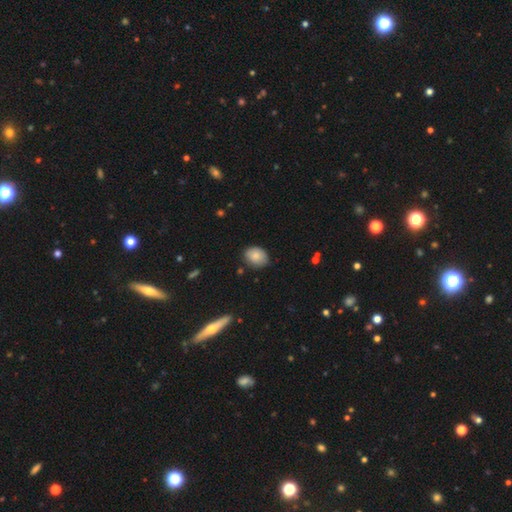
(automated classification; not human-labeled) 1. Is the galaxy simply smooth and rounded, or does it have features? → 84% smooth, 8% featured or disk, 7% star or artifact.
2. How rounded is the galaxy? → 65% in between, 34% round, 1% cigar-shaped.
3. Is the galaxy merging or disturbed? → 80% none, 16% minor disturbance, 3% major disturbance, 1% merger.